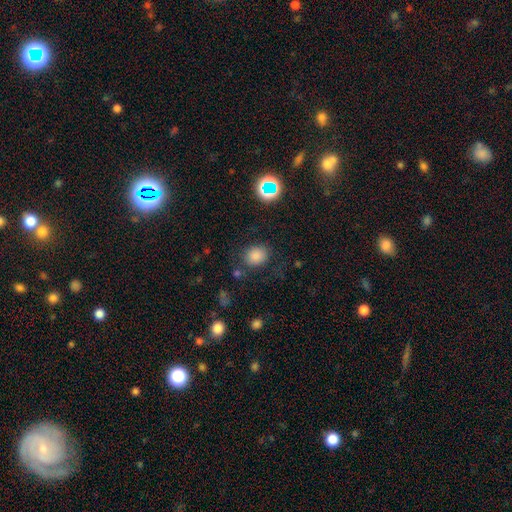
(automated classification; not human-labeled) smooth-or-featured: smooth: 79% | star or artifact: 15% | featured or disk: 6%
  how-rounded: round: 57% | in between: 42% | cigar-shaped: 1%
  merging: none: 79% | minor disturbance: 12% | major disturbance: 5% | merger: 3%